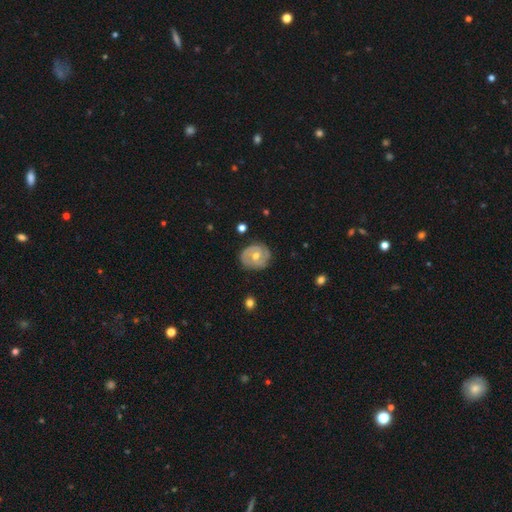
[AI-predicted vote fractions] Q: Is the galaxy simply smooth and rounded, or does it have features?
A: featured or disk — 68%.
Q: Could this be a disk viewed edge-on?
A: no — 97%.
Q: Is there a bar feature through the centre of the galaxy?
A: no — 69%.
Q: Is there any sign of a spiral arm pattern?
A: yes — 79%.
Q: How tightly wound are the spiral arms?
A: tight — 60%.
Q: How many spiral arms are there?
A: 2 — 46%.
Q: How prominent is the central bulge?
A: moderate — 66%.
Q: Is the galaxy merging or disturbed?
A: none — 78%.